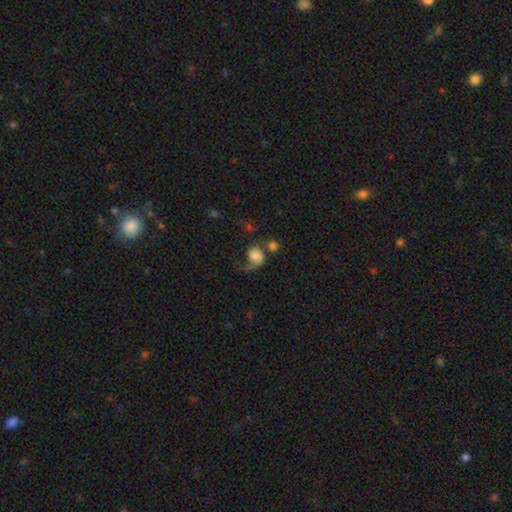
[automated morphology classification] A smooth galaxy with no disk features (59%) that is round (64%). Merging: major disturbance (36%).